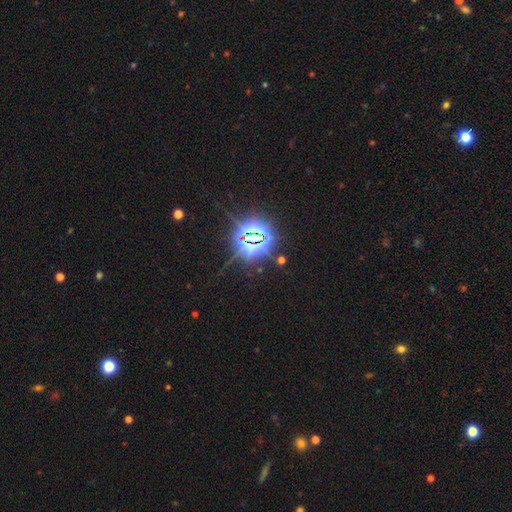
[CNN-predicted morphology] Smooth or featured: star or artifact — 85% (smooth — 9%)